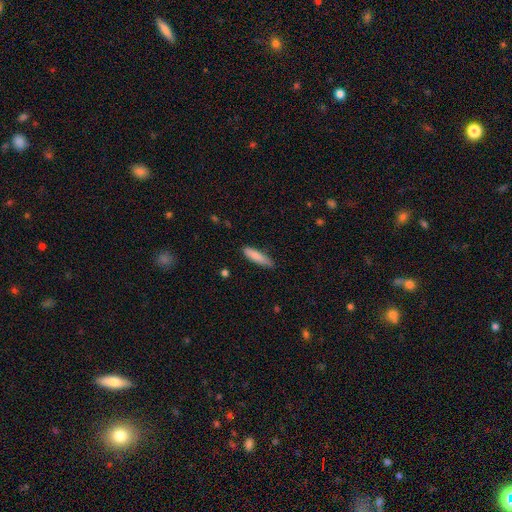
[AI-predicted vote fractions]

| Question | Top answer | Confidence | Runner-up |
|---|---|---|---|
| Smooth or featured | smooth | 84% | featured or disk (10%) |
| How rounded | cigar-shaped | 73% | in between (26%) |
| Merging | none | 77% | minor disturbance (19%) |